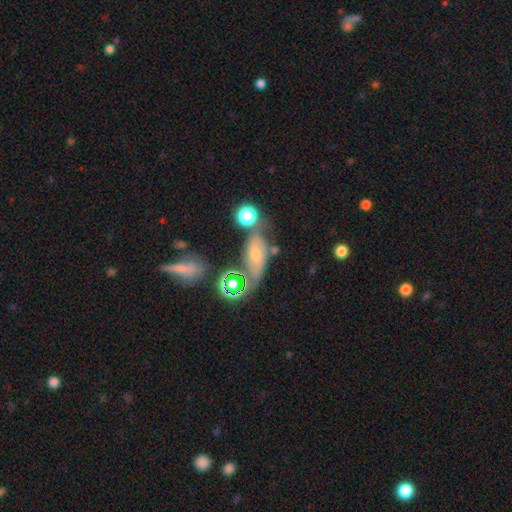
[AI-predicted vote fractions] featured or disk 37%, star or artifact 32%, smooth 32%. Down the decision tree: merging — none (42%).